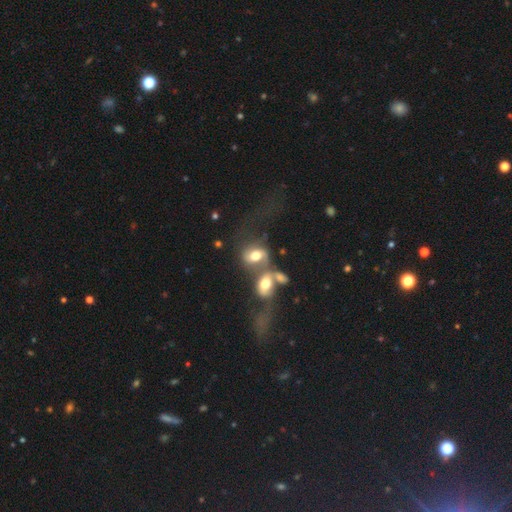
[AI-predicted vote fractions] Morphology: type=smooth (51%); roundness=in between (75%); merging=merger (63%).